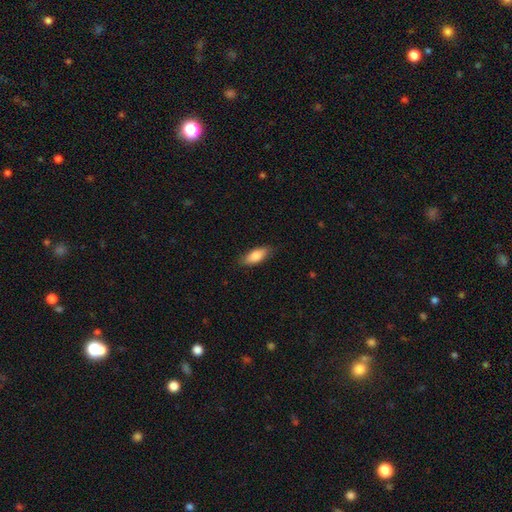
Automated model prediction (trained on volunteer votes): Overall: smooth (81%). How rounded: in between (76%). Merging: none (84%).